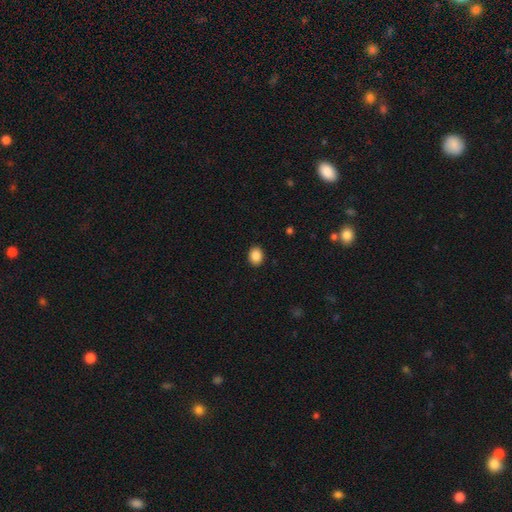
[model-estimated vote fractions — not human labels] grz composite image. It shows a smooth galaxy with no disk features (88%) that is round (50%). Merging: none (91%).